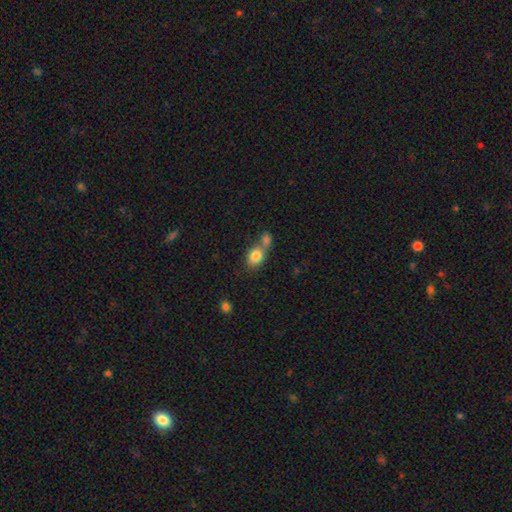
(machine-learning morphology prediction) A smooth galaxy with no disk features (82%) that is in between round and cigar-shaped (62%).

Vote fractions:
- Smooth or featured? smooth: 82% / featured or disk: 9% / star or artifact: 9%
- How rounded? in between: 62% / round: 36% / cigar-shaped: 2%
- Merging? merger: 50% / none: 35% / minor disturbance: 10% / major disturbance: 4%